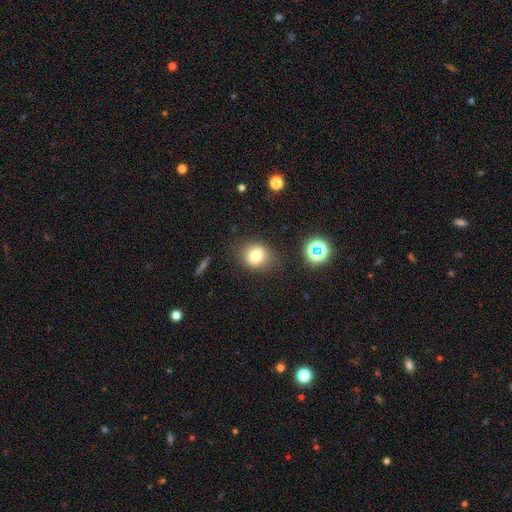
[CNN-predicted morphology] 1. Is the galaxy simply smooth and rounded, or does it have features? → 75% smooth, 14% star or artifact, 11% featured or disk.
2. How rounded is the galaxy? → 73% round, 26% in between, 1% cigar-shaped.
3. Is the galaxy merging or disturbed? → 81% none, 13% minor disturbance, 4% major disturbance, 2% merger.